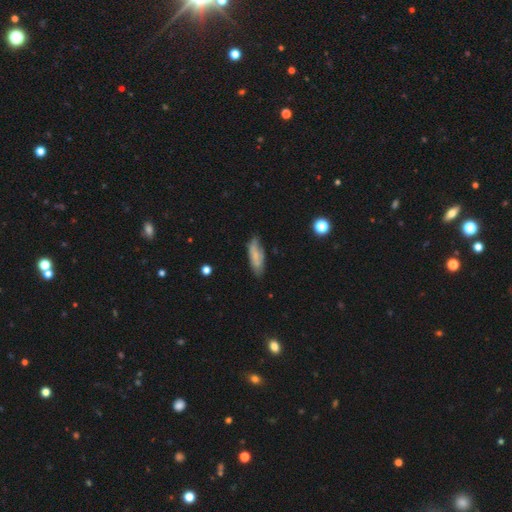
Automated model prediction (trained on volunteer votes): Smooth or featured? Predicted: smooth (p=0.61). How rounded? Predicted: in between (p=0.62). Merging? Predicted: none (p=0.66).